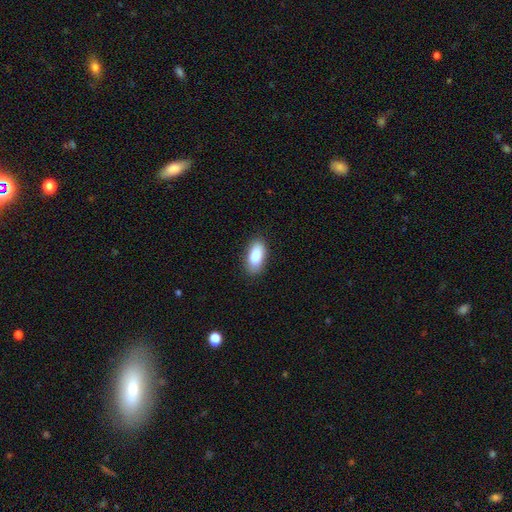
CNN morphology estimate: This appears to be a smooth galaxy with no disk features (85%) that is in between round and cigar-shaped (90%). Merging: none (85%).